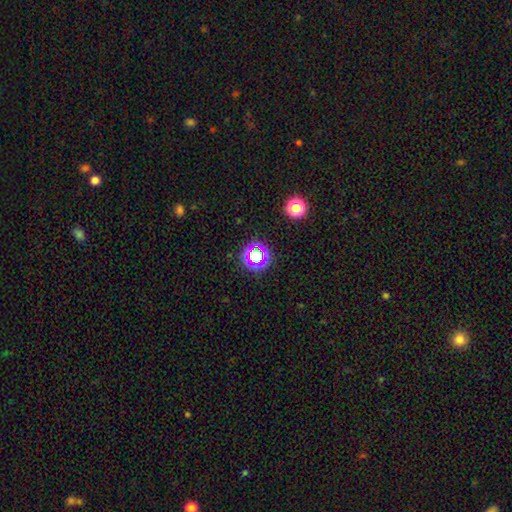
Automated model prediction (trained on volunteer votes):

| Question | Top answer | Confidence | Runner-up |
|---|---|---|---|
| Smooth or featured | star or artifact | 62% | smooth (28%) |